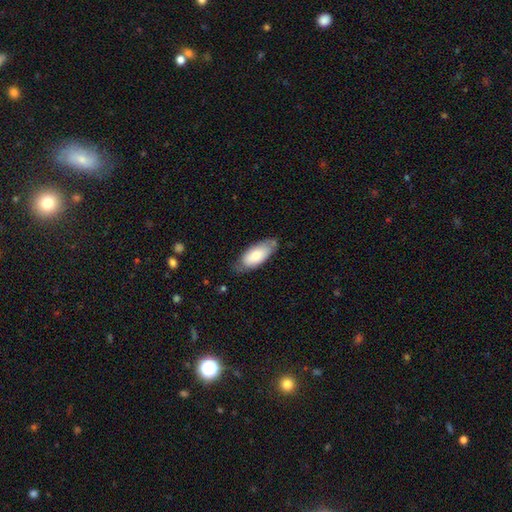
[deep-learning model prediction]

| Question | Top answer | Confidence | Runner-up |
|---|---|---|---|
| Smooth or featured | smooth | 71% | featured or disk (23%) |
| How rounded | in between | 86% | cigar-shaped (12%) |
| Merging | none | 68% | minor disturbance (25%) |